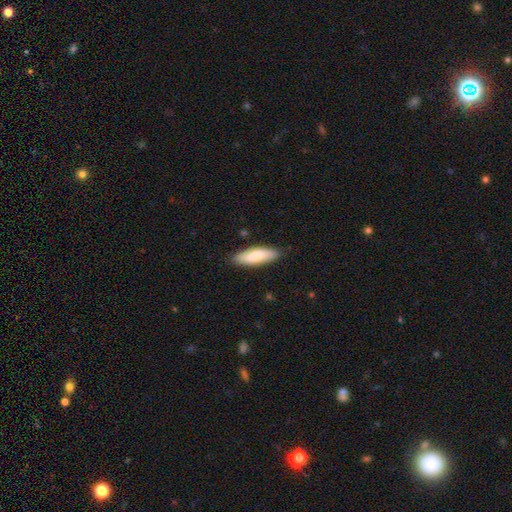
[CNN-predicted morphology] A smooth galaxy with no disk features (78%) that is in between round and cigar-shaped (54%).

Vote fractions:
- Smooth or featured? smooth: 78% / featured or disk: 16% / star or artifact: 5%
- How rounded? in between: 54% / cigar-shaped: 45% / round: 2%
- Merging? none: 85% / minor disturbance: 12% / major disturbance: 2% / merger: 1%